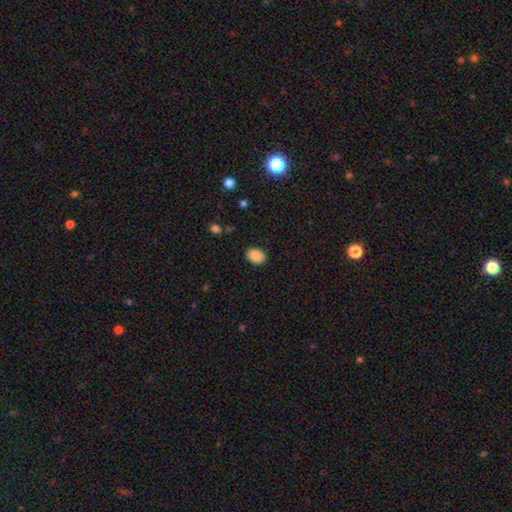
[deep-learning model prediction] A smooth galaxy with no disk features (89%) that is in between round and cigar-shaped (74%). Merging: none (89%).